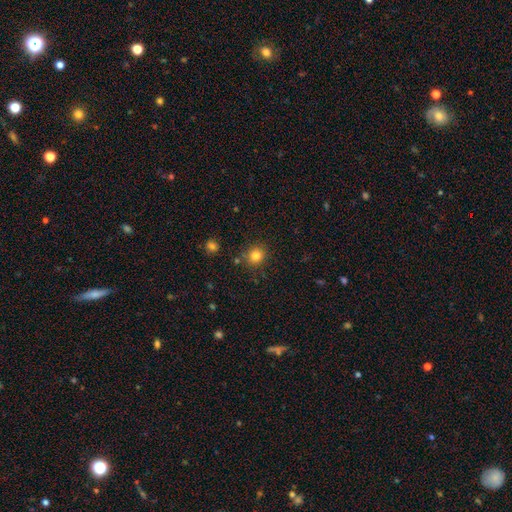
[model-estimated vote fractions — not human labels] Smooth or featured? Predicted: smooth (p=0.82). How rounded? Predicted: round (p=0.87). Merging? Predicted: none (p=0.83).